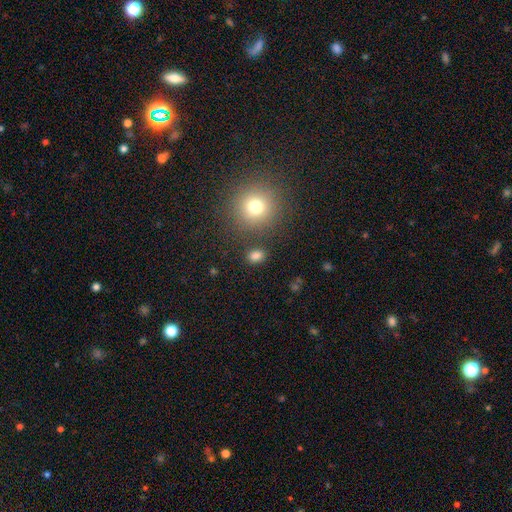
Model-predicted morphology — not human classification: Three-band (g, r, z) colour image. It shows a smooth galaxy with no disk features (80%) that is in between round and cigar-shaped (60%). Merging: none (80%).